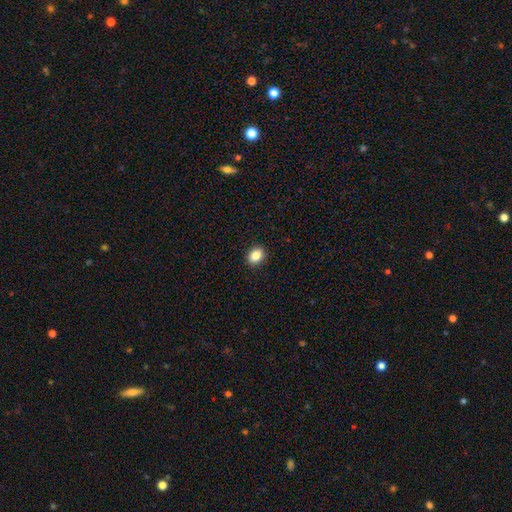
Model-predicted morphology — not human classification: The model was most divided on "how rounded": in between: 59%, round: 40%, cigar-shaped: 1%. More confident: merging — none (90%); smooth or featured — smooth (85%).